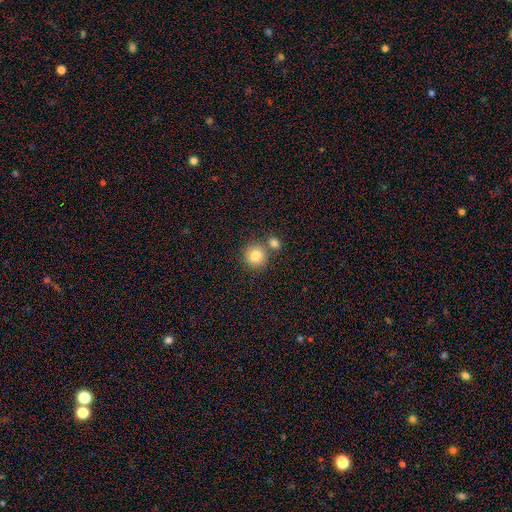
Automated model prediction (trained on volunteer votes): Q: Smooth or featured?
A: smooth (82%); runner-up: star or artifact (10%)
Q: How rounded?
A: round (91%); runner-up: in between (8%)
Q: Merging?
A: none (68%); runner-up: merger (21%)